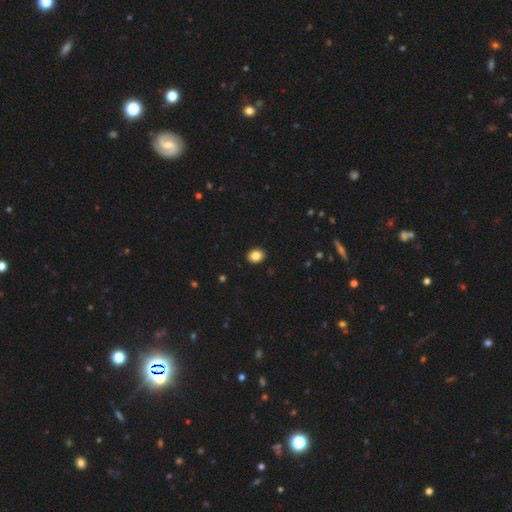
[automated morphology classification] smooth_or_featured: smooth (p=0.86) [alt: star or artifact p=0.09]
how_rounded: round (p=0.51) [alt: in between p=0.49]
merging: none (p=0.92) [alt: minor disturbance p=0.06]